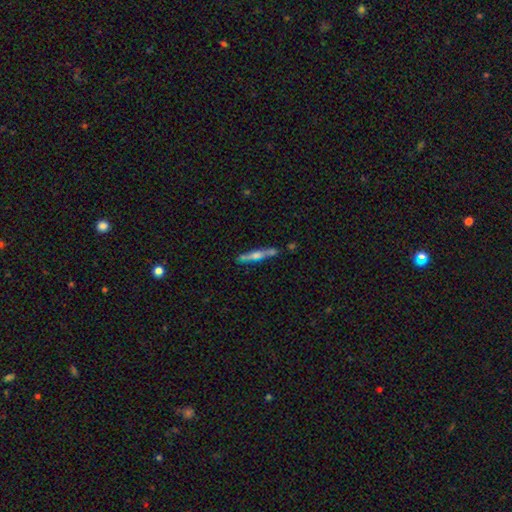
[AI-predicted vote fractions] Q: Smooth or featured?
A: featured or disk (58%); runner-up: smooth (35%)
Q: Edge-on disk?
A: yes (94%); runner-up: no (6%)
Q: Edge-on bulge?
A: rounded (72%); runner-up: none (15%)
Q: Merging?
A: none (74%); runner-up: minor disturbance (14%)